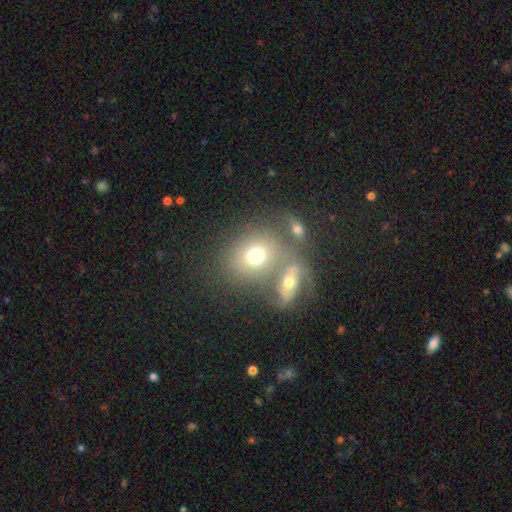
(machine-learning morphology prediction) The model was most divided on "merging": merger: 44%, none: 40%, minor disturbance: 10%, major disturbance: 6%. More confident: smooth or featured — smooth (69%); how rounded — round (58%).